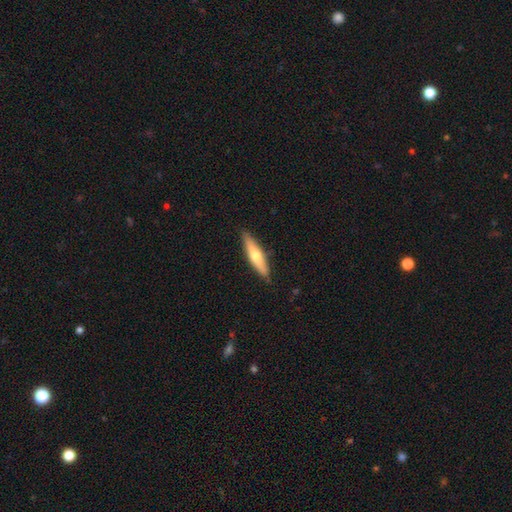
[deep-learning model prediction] The model was most divided on "smooth or featured": smooth: 54%, featured or disk: 41%, star or artifact: 5%. More confident: merging — none (87%); how rounded — cigar-shaped (79%).